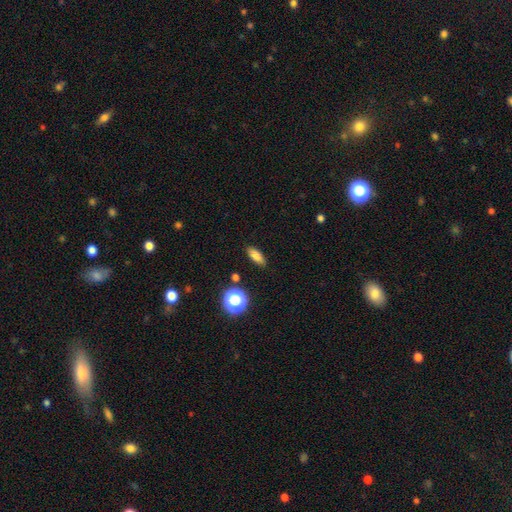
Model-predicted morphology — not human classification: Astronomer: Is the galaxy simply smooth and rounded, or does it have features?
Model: smooth — 79%.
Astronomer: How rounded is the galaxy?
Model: in between — 71%.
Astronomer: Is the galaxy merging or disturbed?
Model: none — 87%.